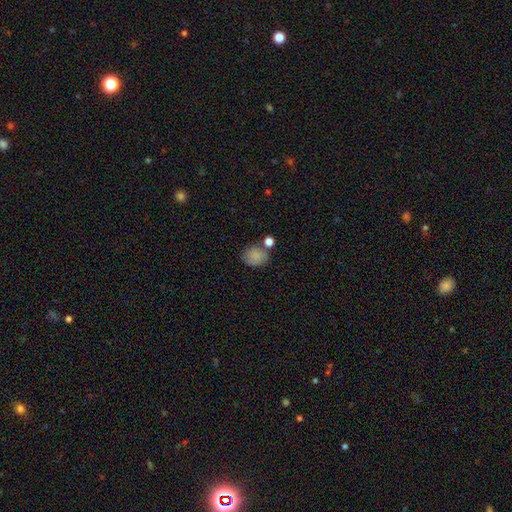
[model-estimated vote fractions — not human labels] Smooth or featured? Predicted: smooth (p=0.83). How rounded? Predicted: round (p=0.61). Merging? Predicted: none (p=0.61).